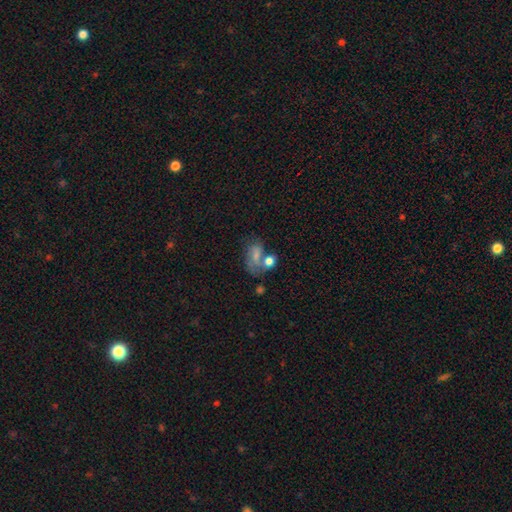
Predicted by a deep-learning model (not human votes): This appears to be a smooth galaxy with no disk features (59%) that is in between round and cigar-shaped (79%). Merging: merger (36%).